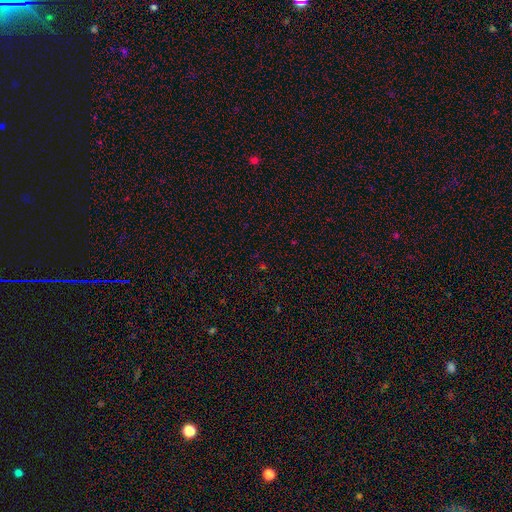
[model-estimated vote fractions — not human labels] The model was most divided on "smooth or featured": star or artifact: 61%, smooth: 32%, featured or disk: 7%.